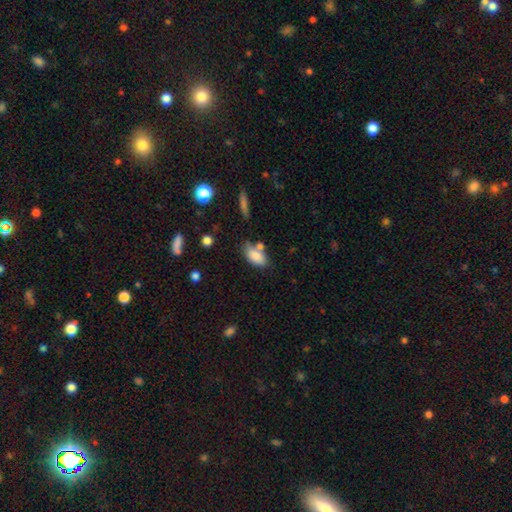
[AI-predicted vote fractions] Smooth or featured: smooth — 83% (featured or disk — 9%)
How rounded: in between — 92% (cigar-shaped — 4%)
Merging: none — 60% (minor disturbance — 19%)